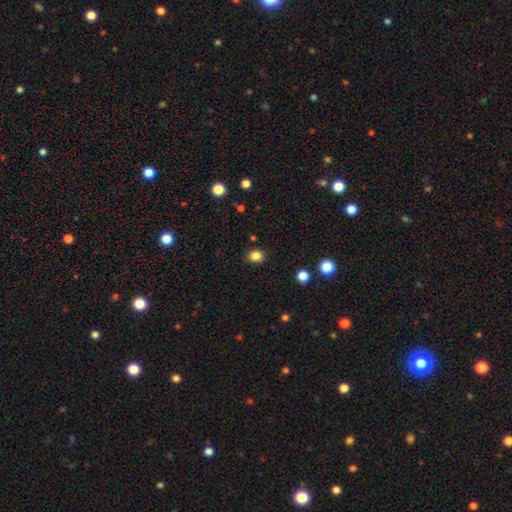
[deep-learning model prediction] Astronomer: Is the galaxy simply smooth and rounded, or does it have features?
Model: smooth — 83%.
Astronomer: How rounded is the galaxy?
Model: round — 69%.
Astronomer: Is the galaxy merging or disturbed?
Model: none — 86%.